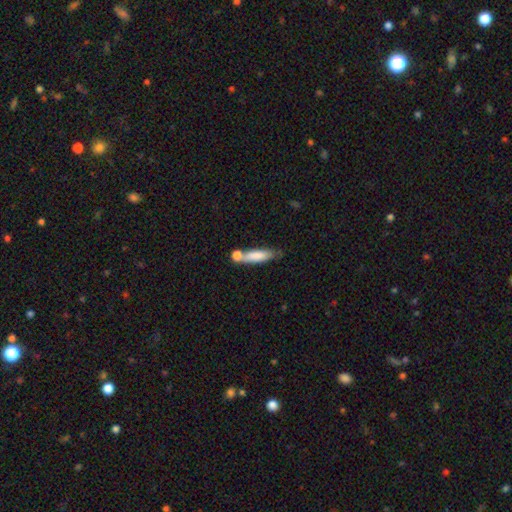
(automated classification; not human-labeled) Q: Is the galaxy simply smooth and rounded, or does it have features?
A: smooth — 77%.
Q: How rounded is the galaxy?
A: cigar-shaped — 65%.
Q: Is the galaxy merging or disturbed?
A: none — 46%.